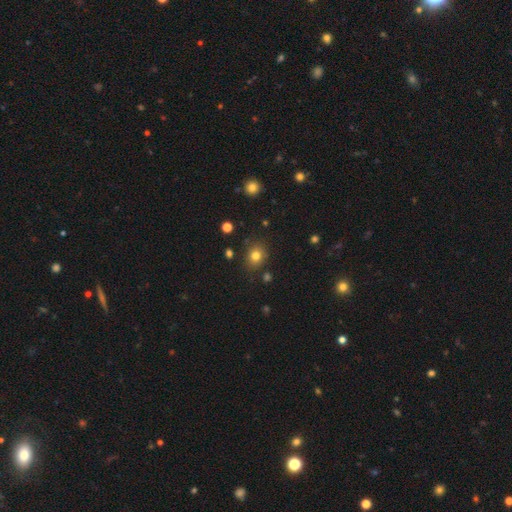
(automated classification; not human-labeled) Smooth or featured: smooth — 78% (star or artifact — 14%)
How rounded: round — 65% (in between — 35%)
Merging: none — 83% (minor disturbance — 11%)